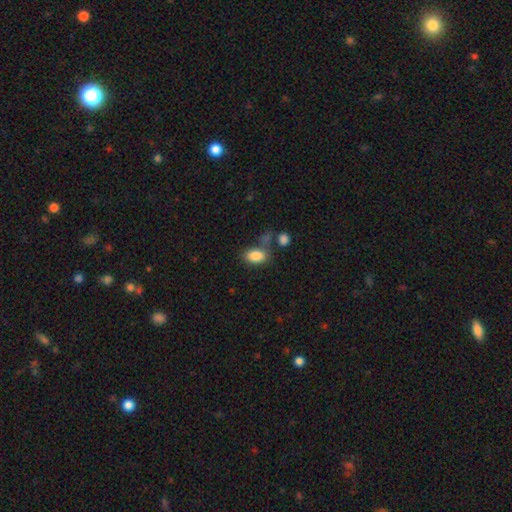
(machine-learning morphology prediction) The model was most divided on "merging": none: 61%, minor disturbance: 16%, merger: 16%, major disturbance: 7%. More confident: how rounded — in between (90%); smooth or featured — smooth (86%).